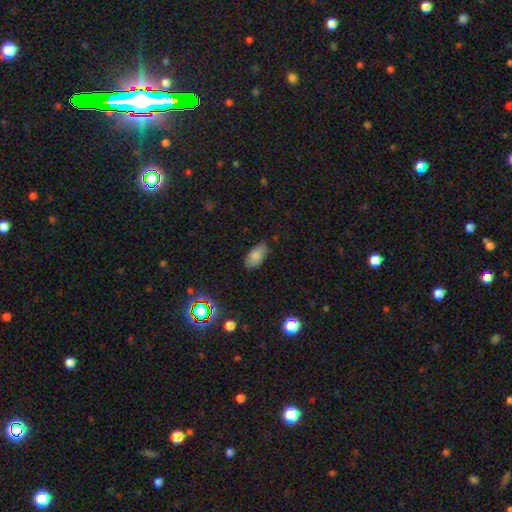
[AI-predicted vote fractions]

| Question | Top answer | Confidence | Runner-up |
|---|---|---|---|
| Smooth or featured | smooth | 80% | star or artifact (10%) |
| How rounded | in between | 92% | cigar-shaped (4%) |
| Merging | none | 77% | minor disturbance (19%) |